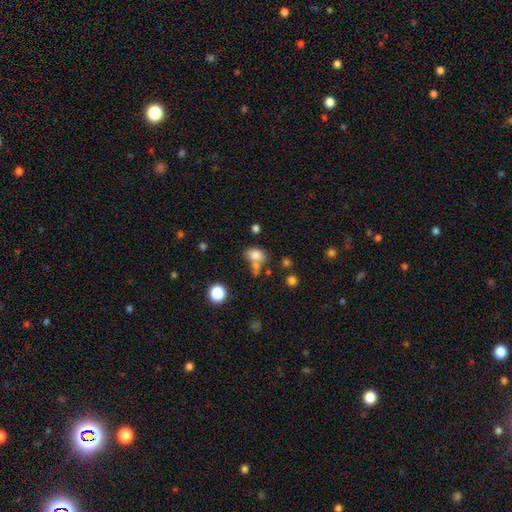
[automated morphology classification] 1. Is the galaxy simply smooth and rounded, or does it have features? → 79% smooth, 12% star or artifact, 10% featured or disk.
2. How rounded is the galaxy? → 76% in between, 22% round, 2% cigar-shaped.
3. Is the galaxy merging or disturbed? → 46% none, 29% merger, 17% minor disturbance, 8% major disturbance.